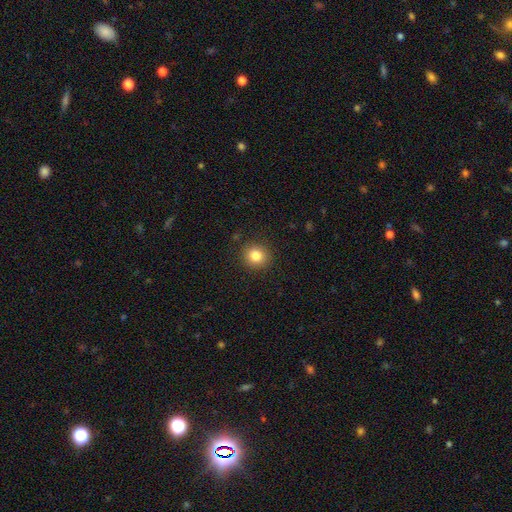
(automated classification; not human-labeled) The model was most divided on "smooth or featured": smooth: 83%, star or artifact: 11%, featured or disk: 6%. More confident: merging — none (90%); how rounded — round (89%).